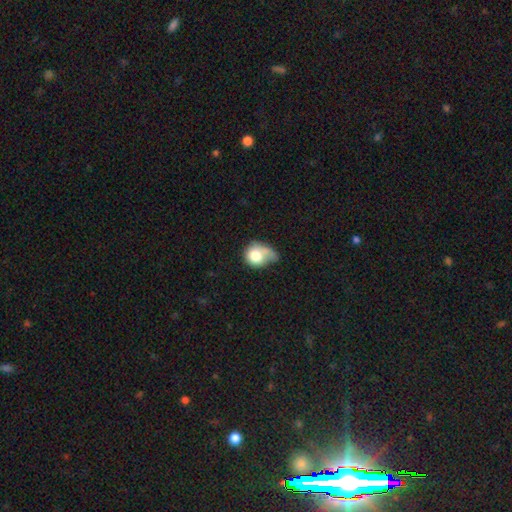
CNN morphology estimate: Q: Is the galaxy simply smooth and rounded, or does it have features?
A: smooth — 73%.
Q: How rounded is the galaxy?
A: round — 61%.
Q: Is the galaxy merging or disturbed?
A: major disturbance — 35%.